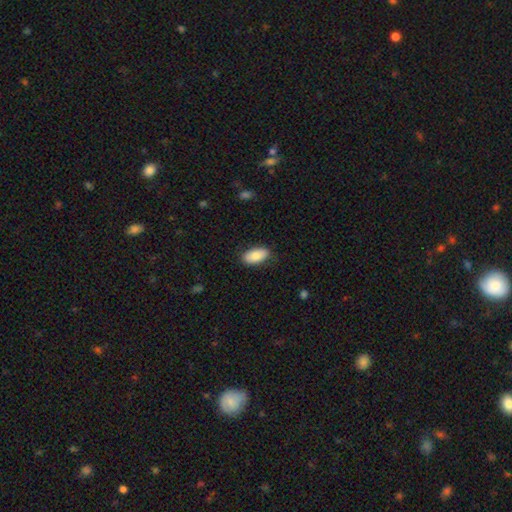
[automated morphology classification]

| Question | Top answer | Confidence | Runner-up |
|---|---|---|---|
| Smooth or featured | smooth | 85% | featured or disk (8%) |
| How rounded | in between | 93% | cigar-shaped (4%) |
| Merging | none | 83% | minor disturbance (13%) |